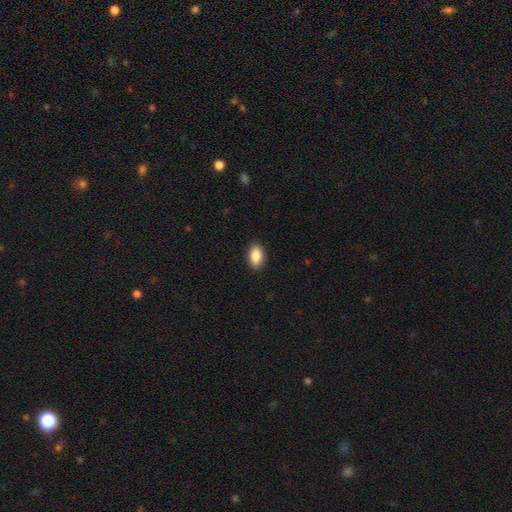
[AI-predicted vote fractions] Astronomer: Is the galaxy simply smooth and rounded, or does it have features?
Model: smooth — 88%.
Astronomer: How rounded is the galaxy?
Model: in between — 92%.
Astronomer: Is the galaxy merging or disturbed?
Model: none — 90%.